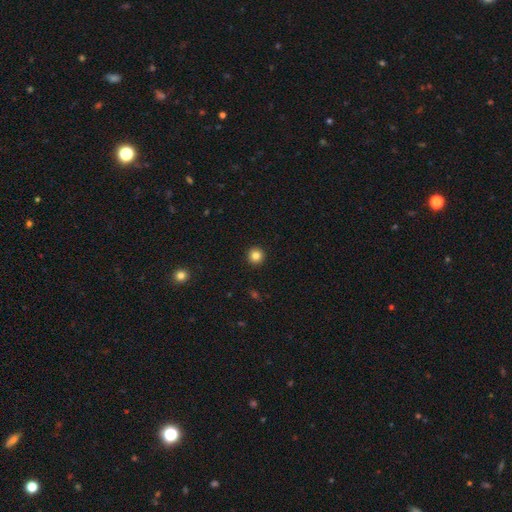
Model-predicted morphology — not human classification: This is clearly a smooth galaxy (83%). How rounded: clearly round (95%). Merging: clearly none (94%).